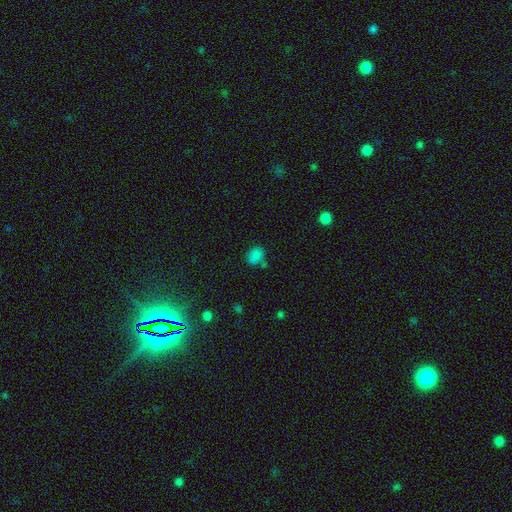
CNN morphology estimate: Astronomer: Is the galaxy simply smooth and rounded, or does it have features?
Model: smooth — 78%.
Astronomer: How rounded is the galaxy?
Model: in between — 59% (runner-up: round, 40%).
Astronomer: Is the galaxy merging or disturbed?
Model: none — 63%.